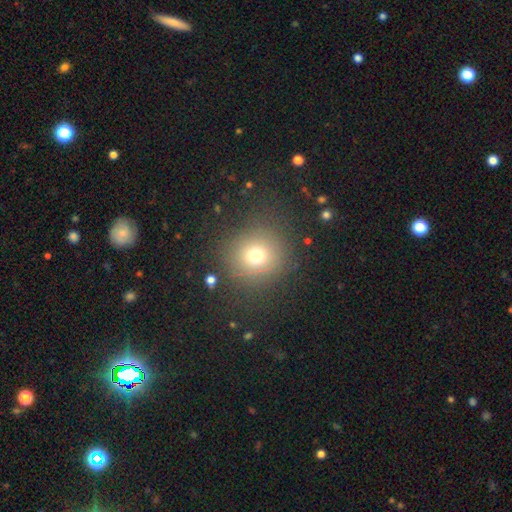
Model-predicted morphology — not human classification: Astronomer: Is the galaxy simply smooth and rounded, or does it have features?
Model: smooth — 72%.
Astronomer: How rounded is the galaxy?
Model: round — 91%.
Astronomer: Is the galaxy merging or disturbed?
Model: none — 83%.